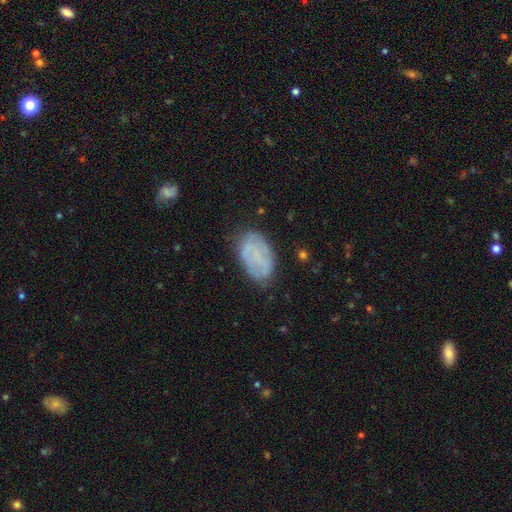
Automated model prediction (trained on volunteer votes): smooth_or_featured: smooth (p=0.56) [alt: featured or disk p=0.35]
how_rounded: in between (p=0.92) [alt: round p=0.06]
merging: none (p=0.72) [alt: minor disturbance p=0.20]